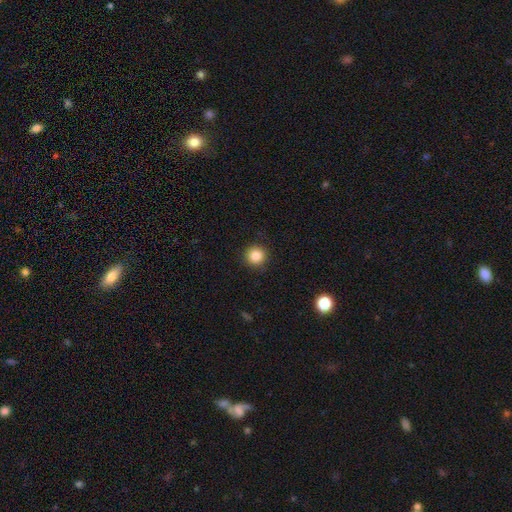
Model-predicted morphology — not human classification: type=smooth (85%); roundness=round (95%); merging=none (91%).